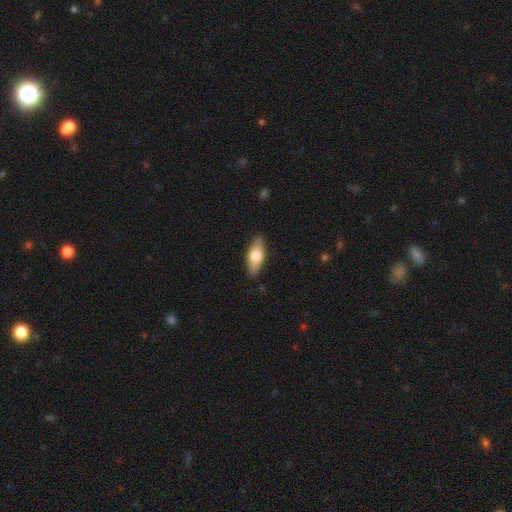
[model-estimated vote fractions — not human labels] This appears to be a smooth galaxy with no disk features (68%) that is in between round and cigar-shaped (78%). Merging: none (86%).